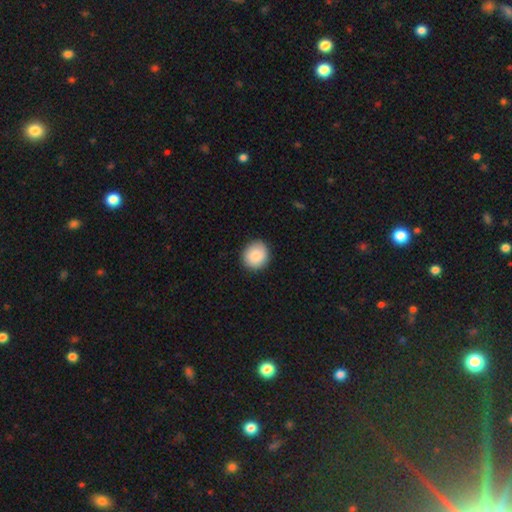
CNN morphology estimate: This is clearly a smooth galaxy (87%). How rounded: clearly round (89%). Merging: clearly none (90%).